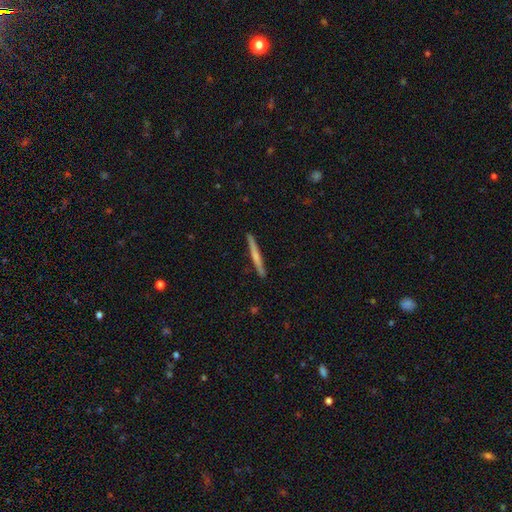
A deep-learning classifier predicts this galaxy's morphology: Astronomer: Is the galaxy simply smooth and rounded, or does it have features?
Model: featured or disk — 49% (runner-up: smooth, 45%).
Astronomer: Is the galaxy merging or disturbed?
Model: none — 91%.